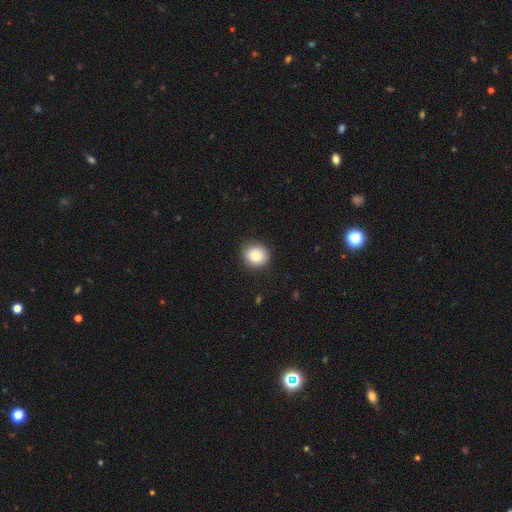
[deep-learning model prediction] This is clearly a smooth galaxy (83%). How rounded: clearly round (83%). Merging: clearly none (87%).